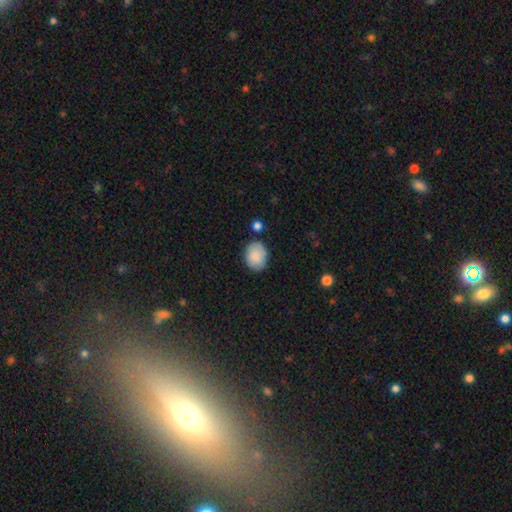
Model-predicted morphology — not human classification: Smooth or featured: smooth — 86% (featured or disk — 7%)
How rounded: in between — 64% (round — 35%)
Merging: none — 76% (minor disturbance — 16%)